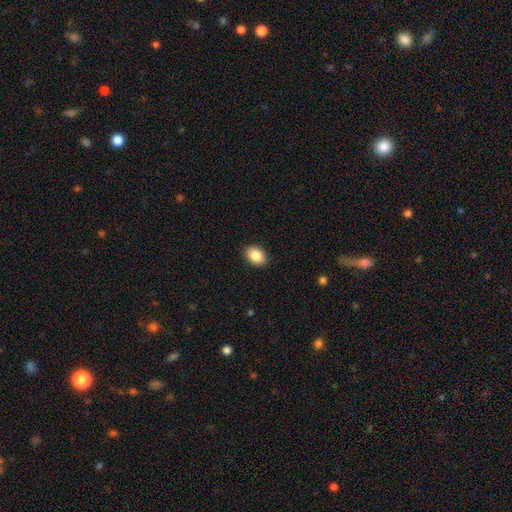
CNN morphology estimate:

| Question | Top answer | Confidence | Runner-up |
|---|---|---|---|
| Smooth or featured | smooth | 87% | star or artifact (8%) |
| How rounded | in between | 83% | round (16%) |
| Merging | none | 90% | minor disturbance (8%) |